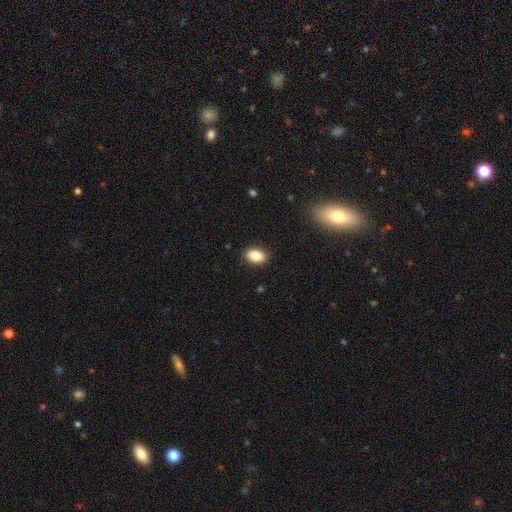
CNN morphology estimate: This is clearly a smooth galaxy (86%). How rounded: clearly in between (84%). Merging: clearly none (88%).